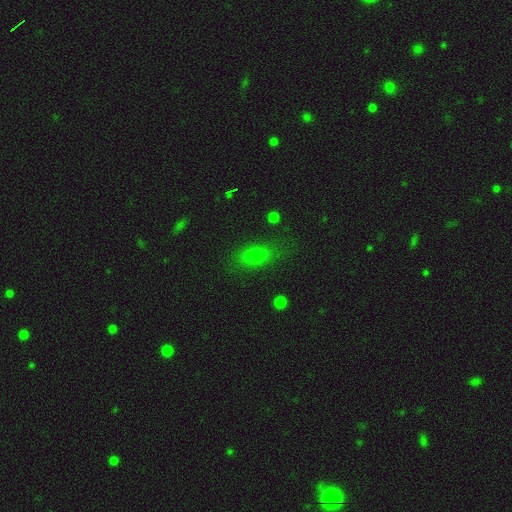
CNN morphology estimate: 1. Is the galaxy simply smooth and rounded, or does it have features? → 72% smooth, 14% star or artifact, 13% featured or disk.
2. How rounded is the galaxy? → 72% in between, 16% round, 12% cigar-shaped.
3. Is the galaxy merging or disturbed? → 75% none, 16% minor disturbance, 7% major disturbance, 2% merger.